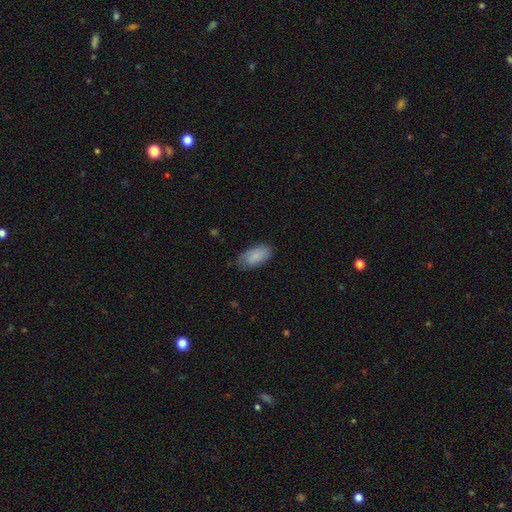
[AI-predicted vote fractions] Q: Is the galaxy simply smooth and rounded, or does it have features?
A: smooth — 78%.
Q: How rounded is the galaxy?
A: in between — 94%.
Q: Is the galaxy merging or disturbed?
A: none — 72%.